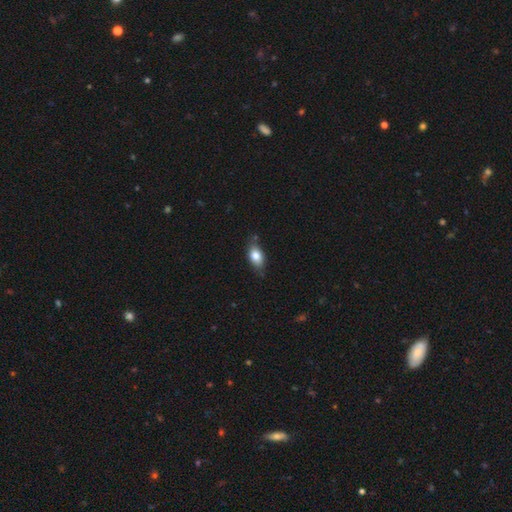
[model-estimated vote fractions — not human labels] This appears to be a smooth galaxy with no disk features (81%) that is in between round and cigar-shaped (87%). Merging: none (74%).